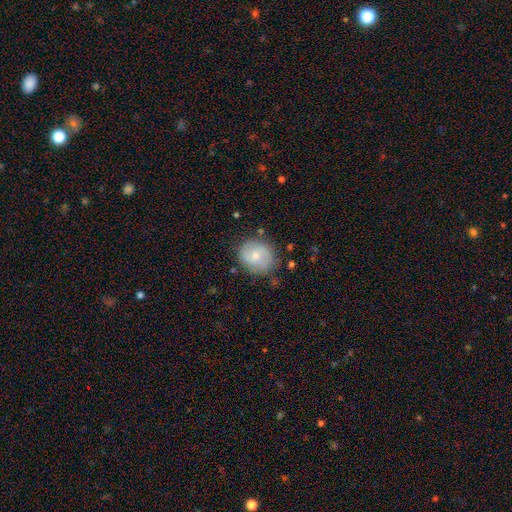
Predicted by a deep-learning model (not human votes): Smooth or featured?
  - smooth: 55% *
  - featured or disk: 37%
  - star or artifact: 7%
How rounded?
  - round: 74% *
  - in between: 25%
  - cigar-shaped: 1%
Merging?
  - none: 76% *
  - minor disturbance: 17%
  - major disturbance: 5%
  - merger: 2%